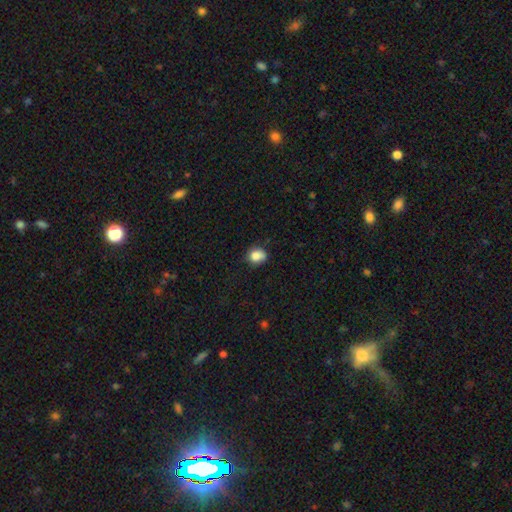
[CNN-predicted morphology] The model was most divided on "merging": none: 61%, minor disturbance: 28%, major disturbance: 7%, merger: 4%. More confident: smooth or featured — smooth (83%); how rounded — round (70%).